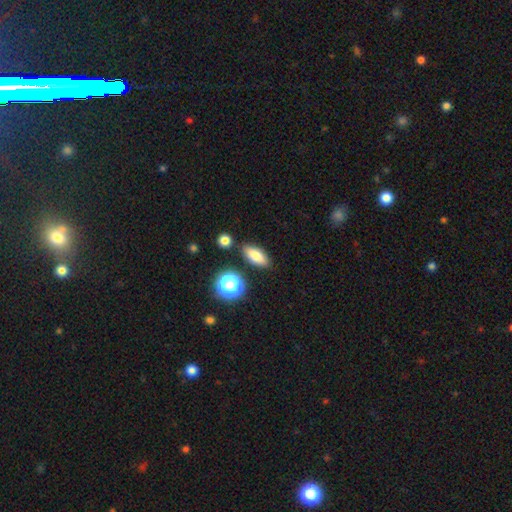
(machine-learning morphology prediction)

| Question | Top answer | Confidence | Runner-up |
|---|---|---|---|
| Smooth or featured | smooth | 78% | featured or disk (12%) |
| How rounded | in between | 74% | cigar-shaped (18%) |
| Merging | none | 83% | minor disturbance (10%) |